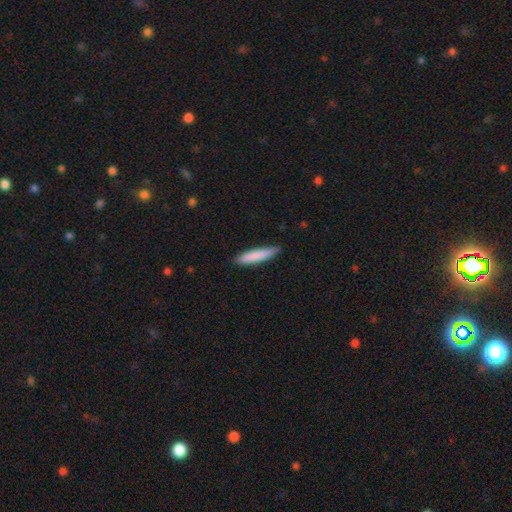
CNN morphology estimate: Smooth or featured? Predicted: smooth (p=0.82). How rounded? Predicted: cigar-shaped (p=0.88). Merging? Predicted: none (p=0.86).